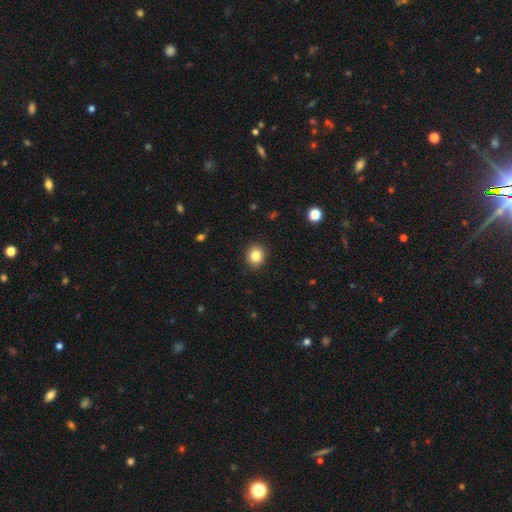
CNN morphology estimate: Overall: smooth (84%). How rounded: round (76%). Merging: none (91%).